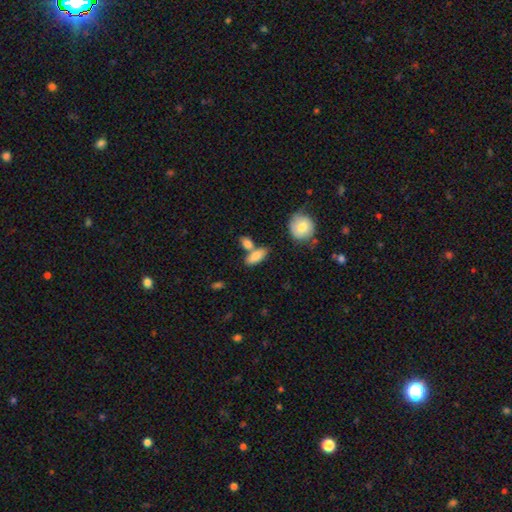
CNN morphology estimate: This is clearly a smooth galaxy (84%). How rounded: likely in between (79%). Merging: possibly none (52%).